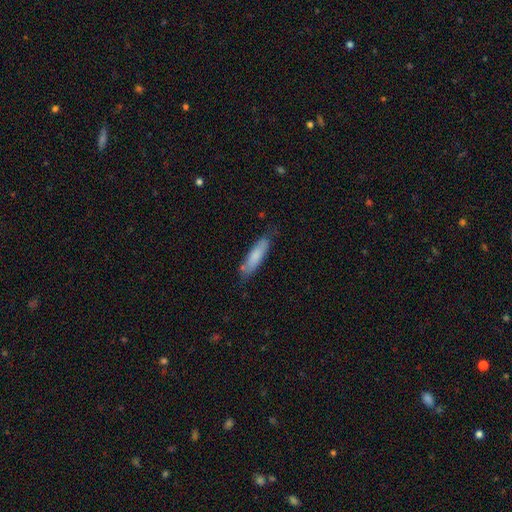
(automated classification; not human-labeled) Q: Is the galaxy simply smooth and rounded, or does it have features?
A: smooth — 79%.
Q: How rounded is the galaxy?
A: cigar-shaped — 71%.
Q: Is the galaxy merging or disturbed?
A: none — 74%.